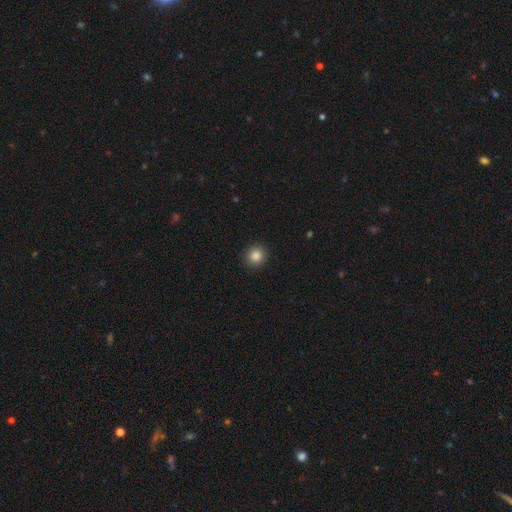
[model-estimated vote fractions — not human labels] This appears to be a smooth galaxy with no disk features (86%) that is round (89%). Merging: none (92%).